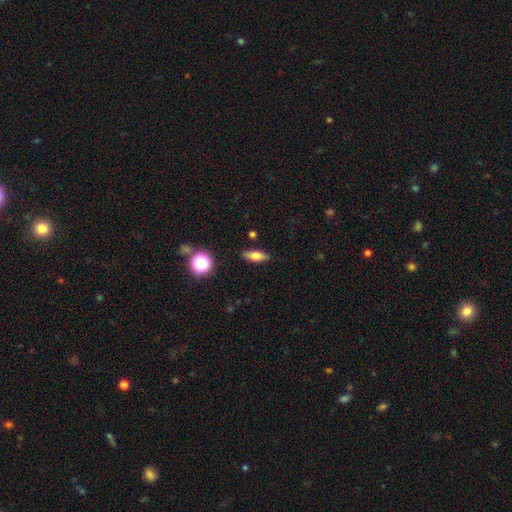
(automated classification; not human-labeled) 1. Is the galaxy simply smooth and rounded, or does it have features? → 72% smooth, 17% featured or disk, 10% star or artifact.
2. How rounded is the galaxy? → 63% in between, 32% cigar-shaped, 6% round.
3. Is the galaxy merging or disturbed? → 87% none, 9% minor disturbance, 2% major disturbance, 2% merger.